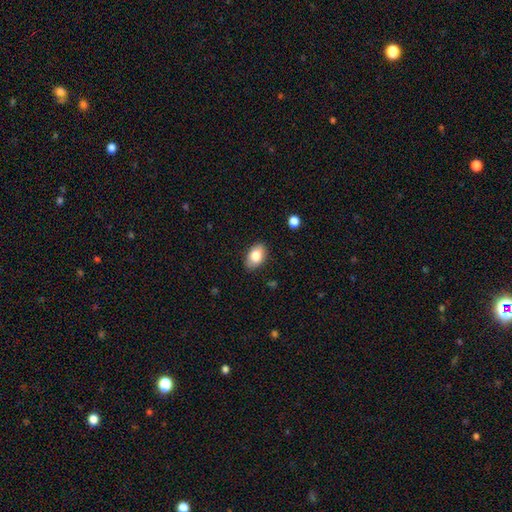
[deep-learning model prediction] A smooth galaxy with no disk features (82%) that is in between round and cigar-shaped (90%). Merging: none (86%).